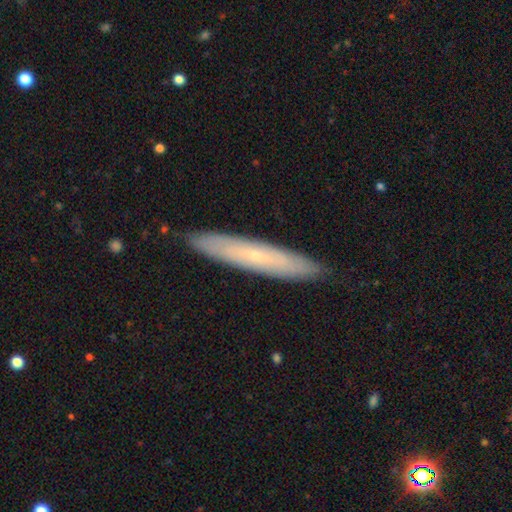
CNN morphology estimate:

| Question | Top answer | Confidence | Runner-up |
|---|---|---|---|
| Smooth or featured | featured or disk | 53% | smooth (40%) |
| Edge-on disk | yes | 71% | no (29%) |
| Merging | none | 88% | minor disturbance (9%) |